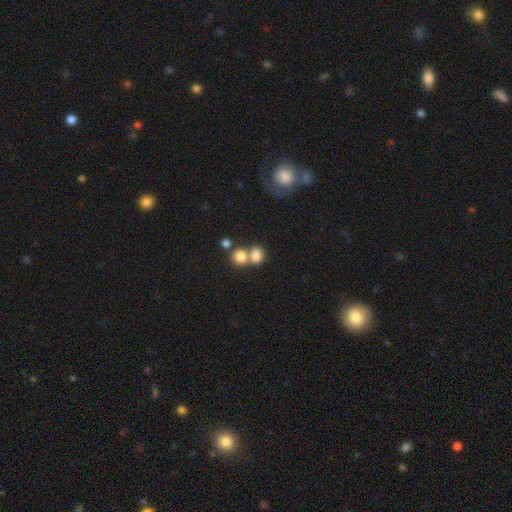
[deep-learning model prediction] Overall: smooth (79%). How rounded: round (57%; in between 42%). Merging: merger (54%; none 35%).